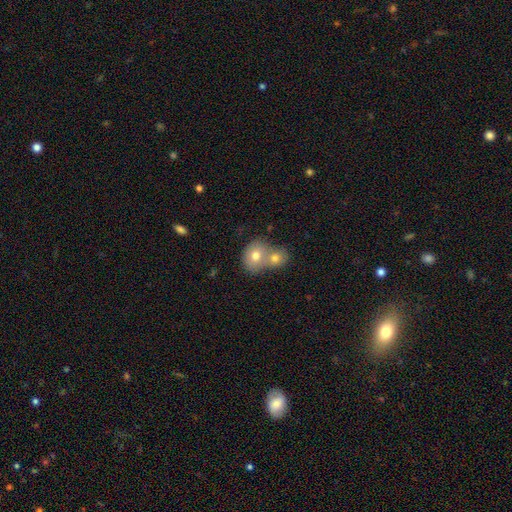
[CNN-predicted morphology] Smooth or featured: smooth — 73% (featured or disk — 19%)
How rounded: round — 63% (in between — 37%)
Merging: merger — 66% (none — 25%)